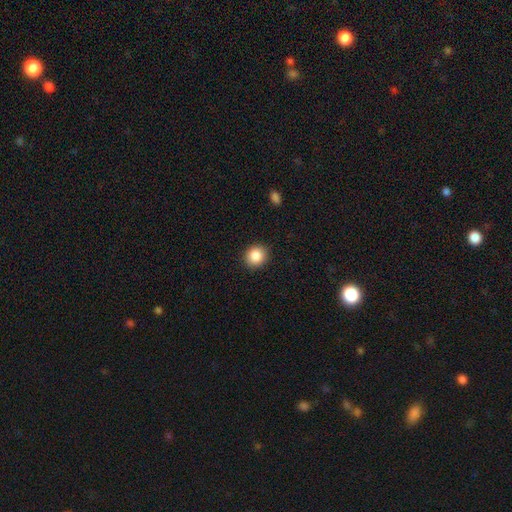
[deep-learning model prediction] smooth-or-featured: smooth: 86% | star or artifact: 9% | featured or disk: 5%
  how-rounded: round: 82% | in between: 17% | cigar-shaped: 1%
  merging: none: 90% | minor disturbance: 7% | major disturbance: 2% | merger: 1%